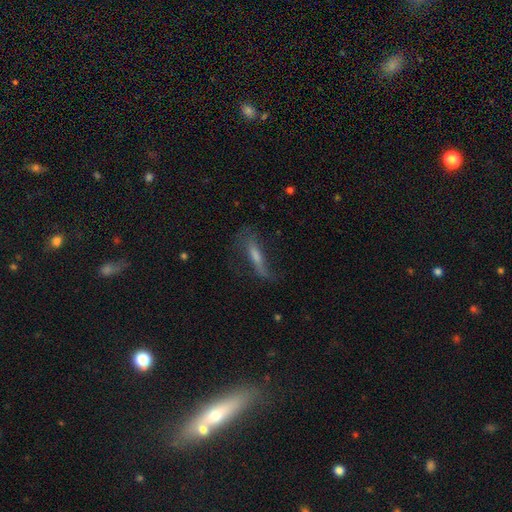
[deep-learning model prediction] A featured or disk galaxy (50%) viewed edge-on (55%). Merging: none (55%).